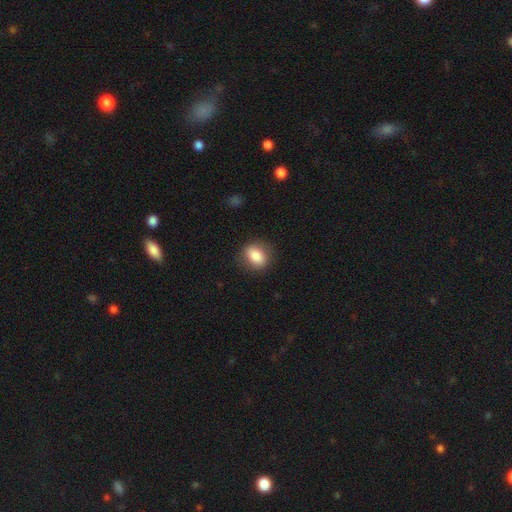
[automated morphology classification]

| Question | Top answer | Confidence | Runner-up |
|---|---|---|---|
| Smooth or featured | smooth | 85% | star or artifact (8%) |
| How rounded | in between | 64% | round (34%) |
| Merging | none | 84% | minor disturbance (12%) |